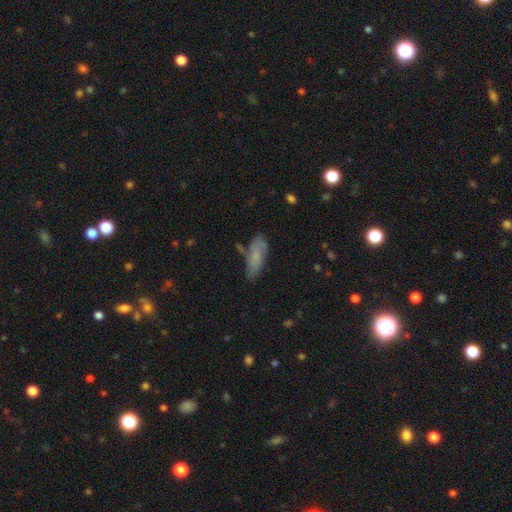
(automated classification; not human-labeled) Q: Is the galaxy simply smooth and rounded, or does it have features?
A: smooth — 69%.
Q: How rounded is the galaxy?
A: in between — 66%.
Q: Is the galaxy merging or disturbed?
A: none — 59%.